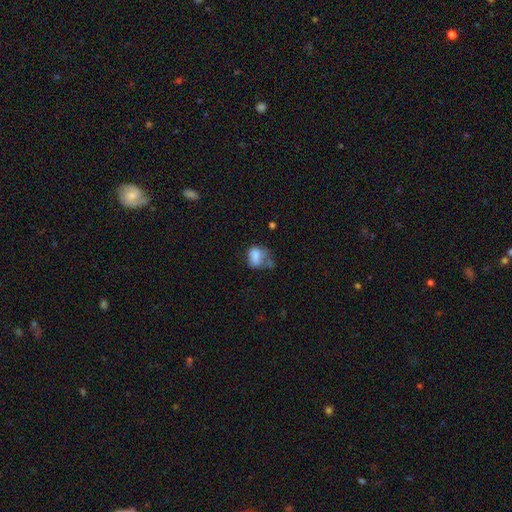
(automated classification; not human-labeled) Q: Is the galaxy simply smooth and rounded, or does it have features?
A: smooth — 68%.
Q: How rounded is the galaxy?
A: in between — 61%.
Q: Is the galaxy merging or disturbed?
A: minor disturbance — 28%, tied with none.